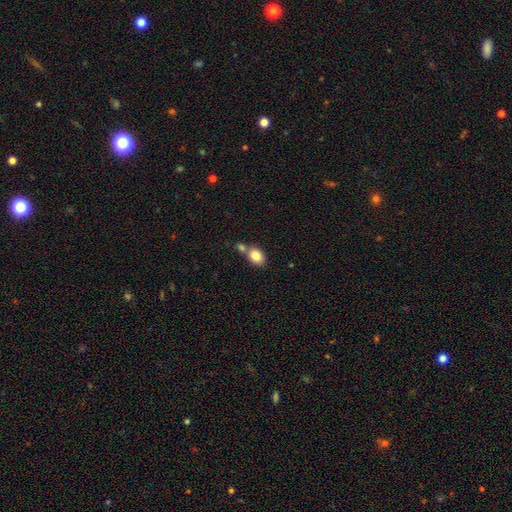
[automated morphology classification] A smooth galaxy with no disk features (84%) that is in between round and cigar-shaped (72%). Merging: none (49%).